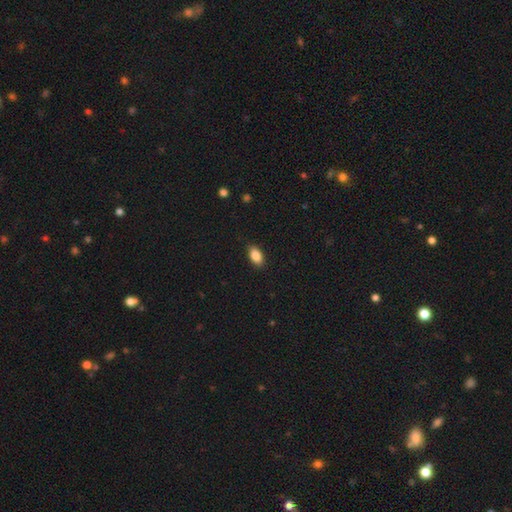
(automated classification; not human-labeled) A smooth galaxy with no disk features (87%) that is in between round and cigar-shaped (92%). Merging: none (88%).